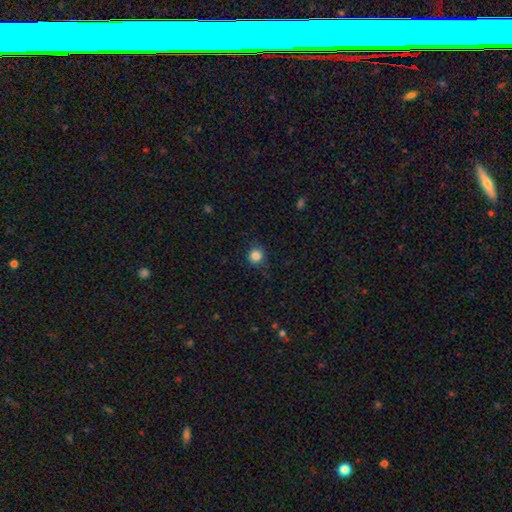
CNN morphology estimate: Q: Smooth or featured?
A: smooth (85%); runner-up: star or artifact (11%)
Q: How rounded?
A: round (93%); runner-up: in between (6%)
Q: Merging?
A: none (87%); runner-up: minor disturbance (9%)